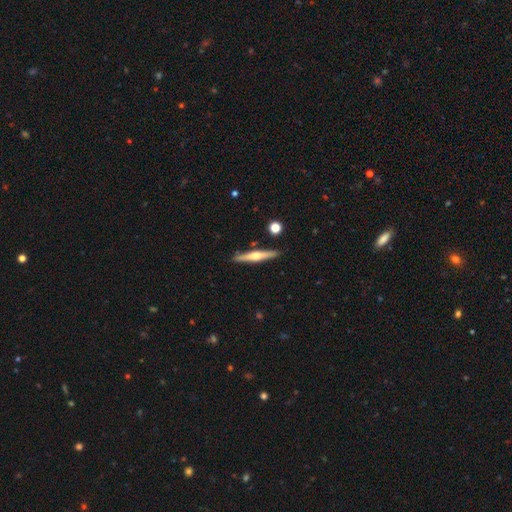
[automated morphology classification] smooth_or_featured: featured or disk (p=0.61) [alt: smooth p=0.33]
disk_edge_on: yes (p=0.97) [alt: no p=0.03]
edge_on_bulge: rounded (p=0.86) [alt: none p=0.07]
merging: none (p=0.88) [alt: minor disturbance p=0.07]